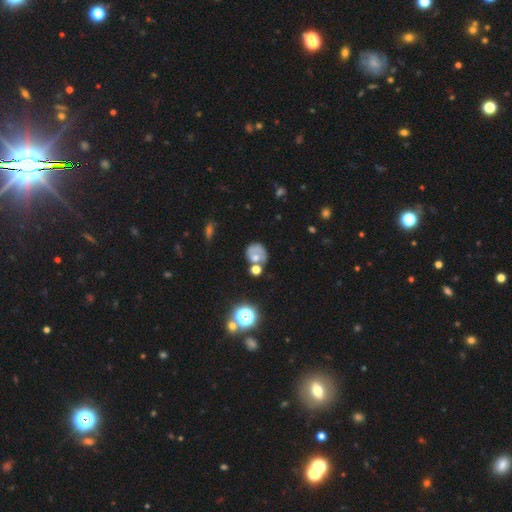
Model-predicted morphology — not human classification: smooth_or_featured: smooth (p=0.52) [alt: featured or disk p=0.33]
how_rounded: round (p=0.71) [alt: in between p=0.28]
merging: none (p=0.47) [alt: minor disturbance p=0.21]